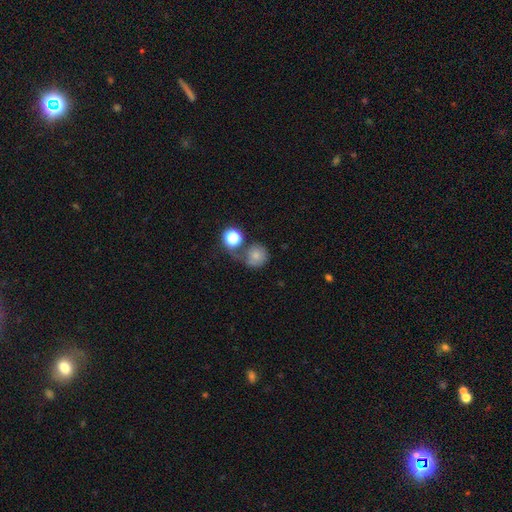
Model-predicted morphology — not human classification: Smooth or featured? Predicted: smooth (p=0.69). How rounded? Predicted: round (p=0.85). Merging? Predicted: none (p=0.41).